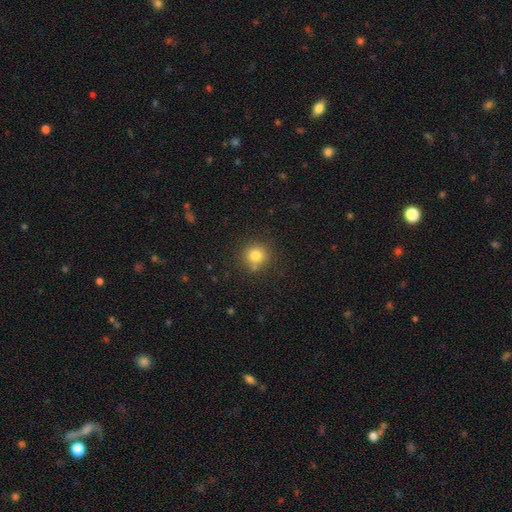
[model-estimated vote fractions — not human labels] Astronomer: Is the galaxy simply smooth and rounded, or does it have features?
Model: smooth — 80%.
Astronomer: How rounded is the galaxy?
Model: round — 92%.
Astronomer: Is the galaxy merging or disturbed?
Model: none — 80%.